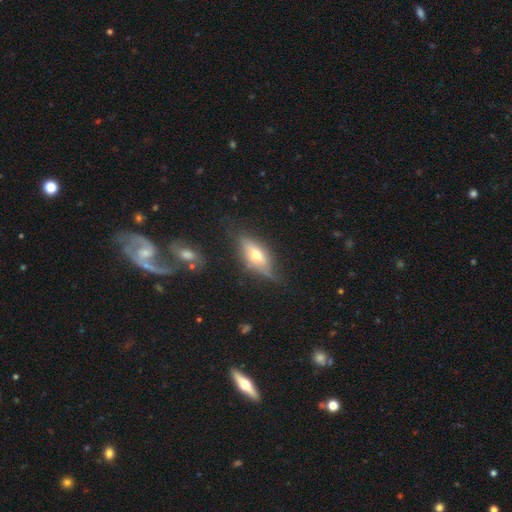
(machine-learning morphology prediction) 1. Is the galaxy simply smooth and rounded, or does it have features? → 49% featured or disk, 44% smooth, 8% star or artifact.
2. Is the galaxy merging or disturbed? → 67% none, 23% minor disturbance, 8% major disturbance, 3% merger.